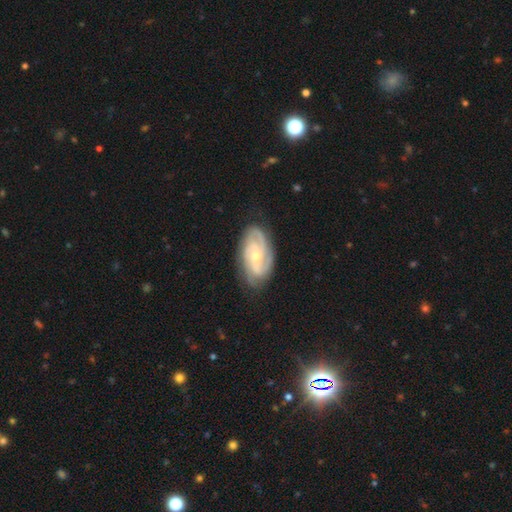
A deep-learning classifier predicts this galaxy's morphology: type=featured or disk (86%); edge-on=no (96%); bar=no (65%); spiral arms=yes (97%); winding=tight (61%); arm count=3 (44%); bulge=small (62%); merging=none (79%).